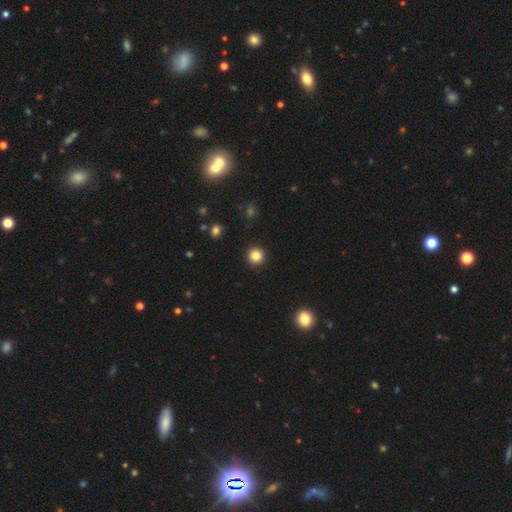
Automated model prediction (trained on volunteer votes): This appears to be a smooth galaxy with no disk features (83%) that is round (95%). Merging: none (93%).